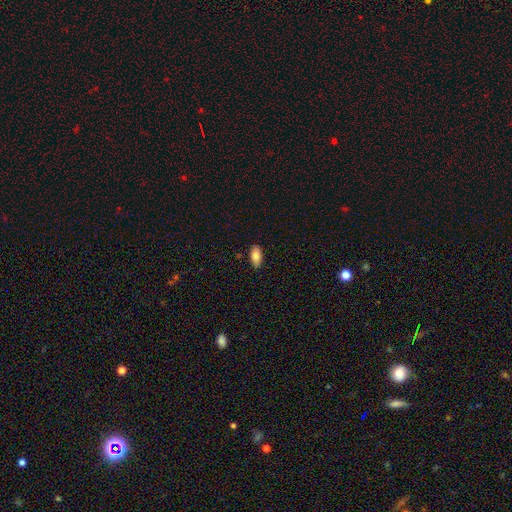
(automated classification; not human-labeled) This appears to be a smooth galaxy with no disk features (83%) that is in between round and cigar-shaped (90%). Merging: none (85%).